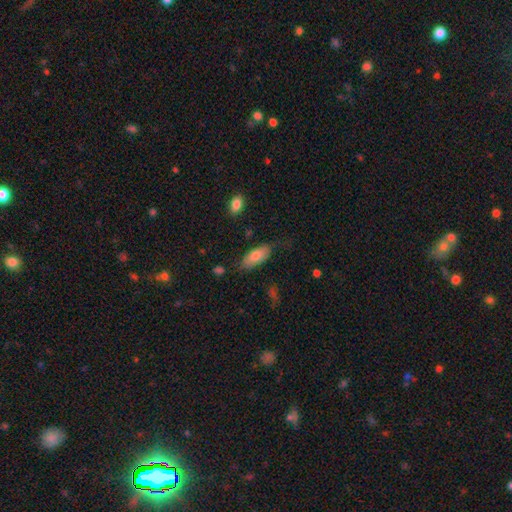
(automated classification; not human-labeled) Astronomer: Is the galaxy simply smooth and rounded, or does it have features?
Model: smooth — 79%.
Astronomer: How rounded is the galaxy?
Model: in between — 83%.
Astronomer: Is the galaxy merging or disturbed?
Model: none — 69%.